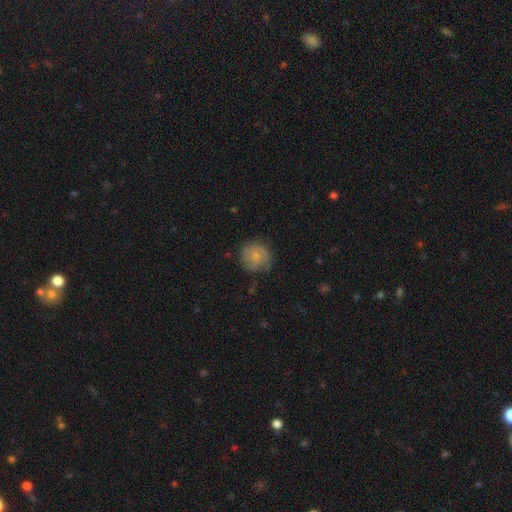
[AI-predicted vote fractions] This is possibly a smooth galaxy (58%). How rounded: clearly round (88%). Merging: likely none (70%).